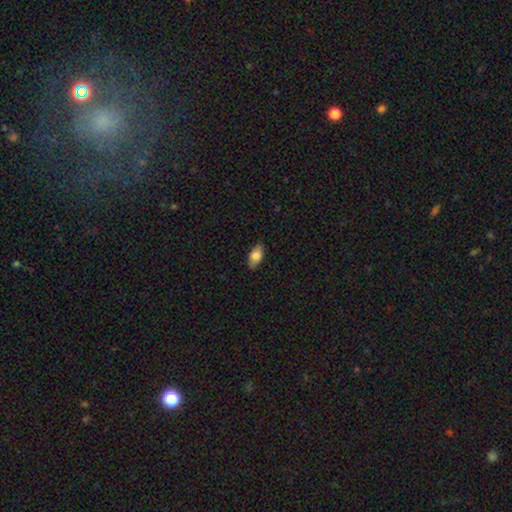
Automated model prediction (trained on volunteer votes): smooth_or_featured: smooth (p=0.80) [alt: featured or disk p=0.13]
how_rounded: in between (p=0.91) [alt: cigar-shaped p=0.05]
merging: none (p=0.85) [alt: minor disturbance p=0.12]